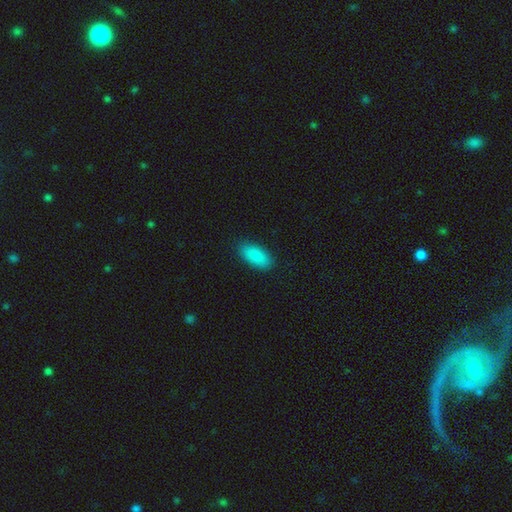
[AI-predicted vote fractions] This is clearly a smooth galaxy (89%). How rounded: clearly in between (89%). Merging: clearly none (87%).